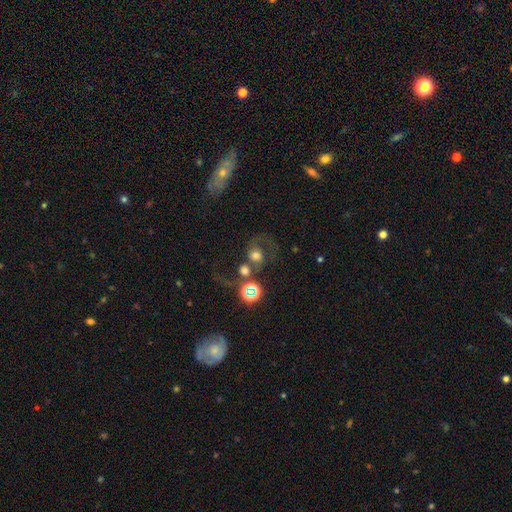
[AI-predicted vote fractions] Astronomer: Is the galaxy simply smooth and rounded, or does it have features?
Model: smooth — 50% (runner-up: featured or disk, 32%).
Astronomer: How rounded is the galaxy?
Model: round — 72%.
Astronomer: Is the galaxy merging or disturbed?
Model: merger — 34% (runner-up: none, 28%).